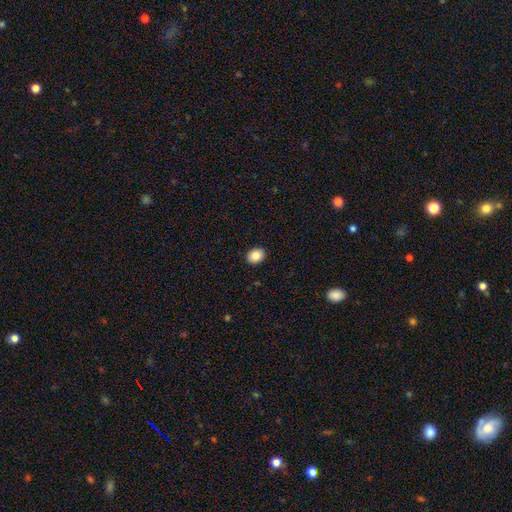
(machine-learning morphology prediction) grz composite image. It shows a smooth galaxy with no disk features (86%) that is in between round and cigar-shaped (55%). Merging: none (92%).